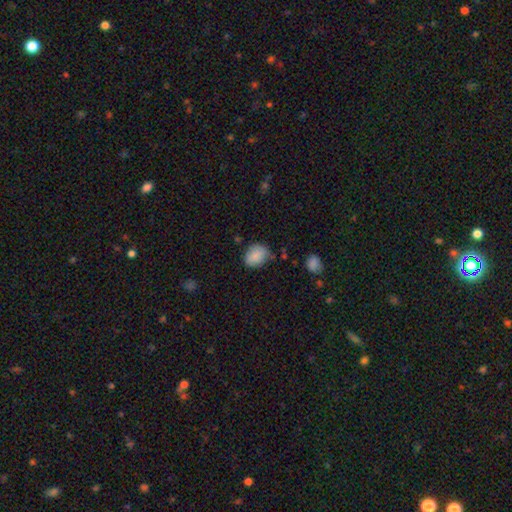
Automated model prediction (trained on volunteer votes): Smooth or featured? Predicted: smooth (p=0.86). How rounded? Predicted: in between (p=0.56). Merging? Predicted: none (p=0.66).